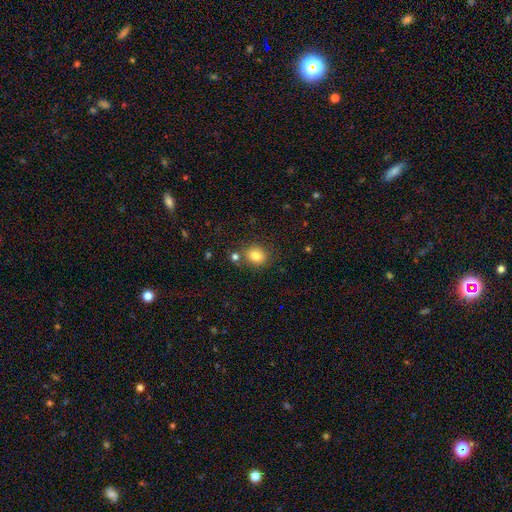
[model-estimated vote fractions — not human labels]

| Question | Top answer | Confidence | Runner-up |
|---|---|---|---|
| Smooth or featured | smooth | 82% | star or artifact (11%) |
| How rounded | round | 63% | in between (36%) |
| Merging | none | 75% | minor disturbance (11%) |